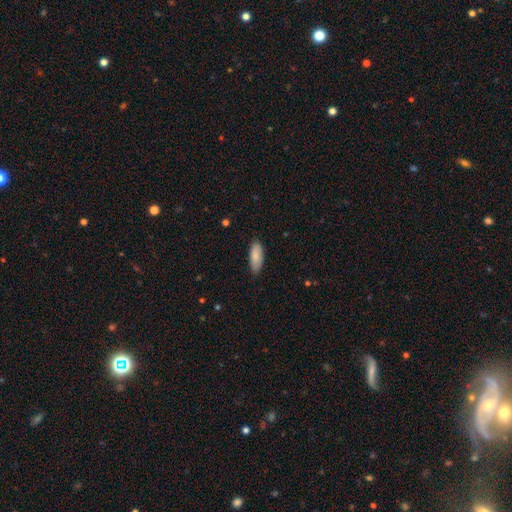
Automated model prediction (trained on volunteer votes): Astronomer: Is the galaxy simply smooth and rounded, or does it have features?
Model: smooth — 85%.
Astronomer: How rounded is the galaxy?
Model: in between — 79%.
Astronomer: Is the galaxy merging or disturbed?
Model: none — 81%.